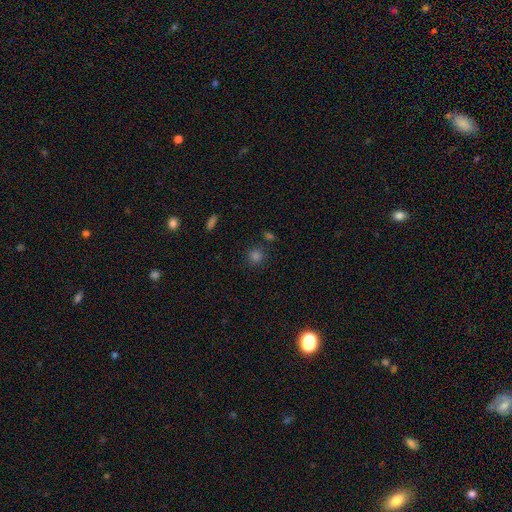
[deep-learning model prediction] smooth 73%, star or artifact 22%, featured or disk 5%. Down the decision tree: how rounded — round (91%); merging — none (83%).